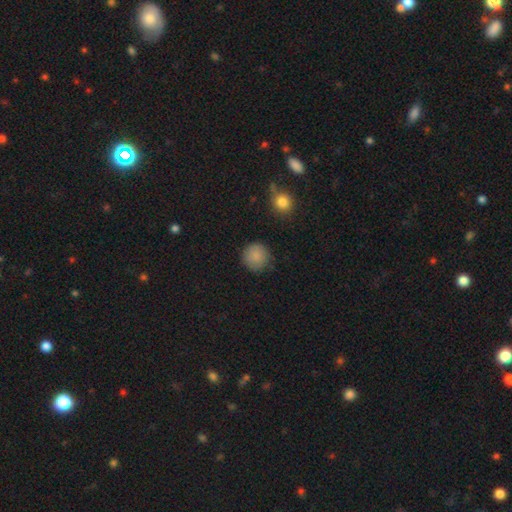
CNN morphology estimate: Smooth or featured? Predicted: smooth (p=0.86). How rounded? Predicted: round (p=0.93). Merging? Predicted: none (p=0.85).